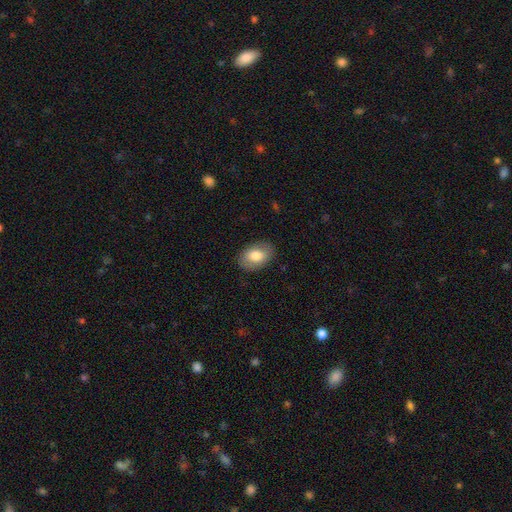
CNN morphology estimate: type=smooth (77%); roundness=in between (87%); merging=none (86%).